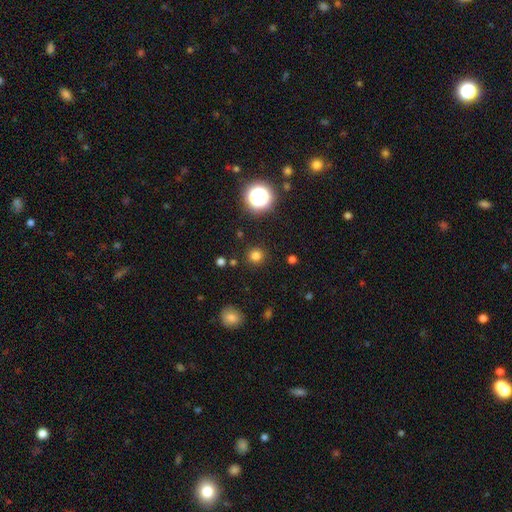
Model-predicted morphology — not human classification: Smooth or featured: smooth — 77% (star or artifact — 18%)
How rounded: round — 93% (in between — 6%)
Merging: none — 90% (minor disturbance — 6%)